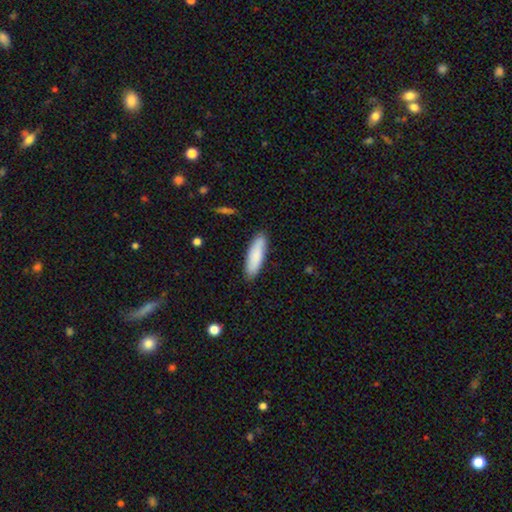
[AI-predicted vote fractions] Q: Smooth or featured?
A: smooth (85%); runner-up: featured or disk (9%)
Q: How rounded?
A: cigar-shaped (54%); runner-up: in between (44%)
Q: Merging?
A: none (87%); runner-up: minor disturbance (10%)